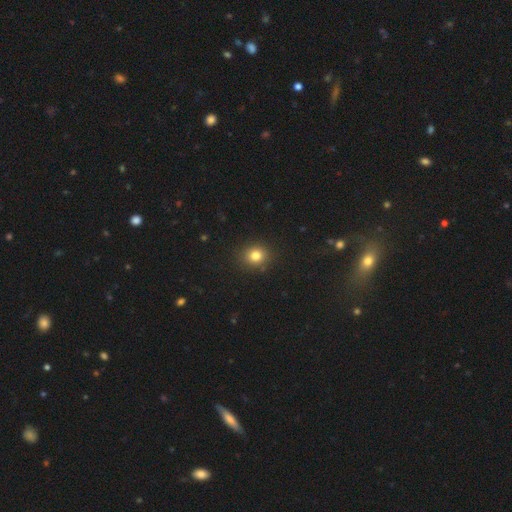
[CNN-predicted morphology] Smooth or featured? Predicted: smooth (p=0.81). How rounded? Predicted: round (p=0.76). Merging? Predicted: none (p=0.89).